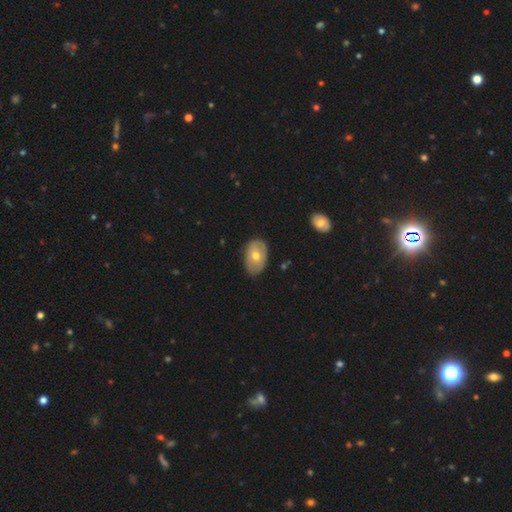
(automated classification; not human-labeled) This is possibly a smooth galaxy (52%). How rounded: clearly in between (84%). Merging: likely none (74%).